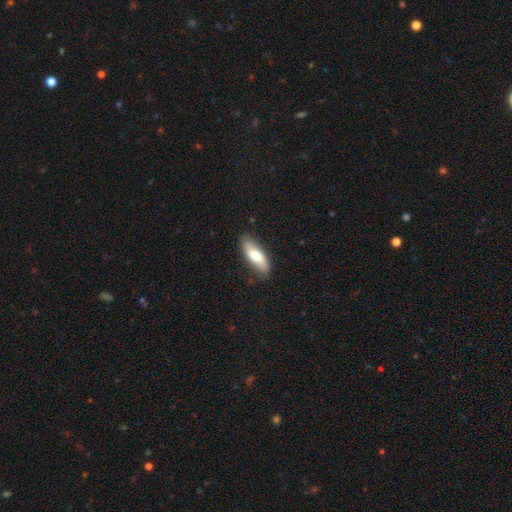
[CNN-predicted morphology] This is likely a smooth galaxy (67%). How rounded: likely in between (65%). Merging: clearly none (81%).